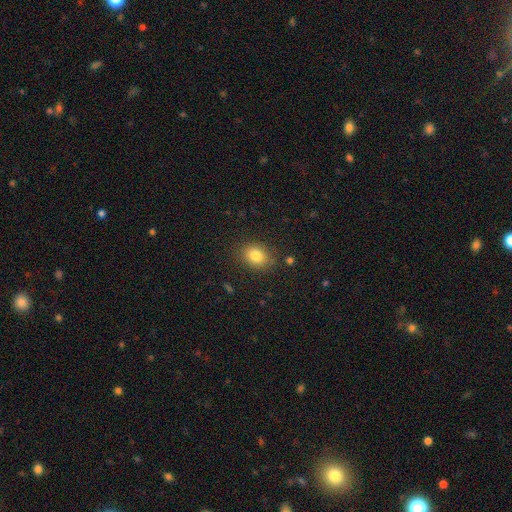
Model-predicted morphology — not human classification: Smooth or featured: smooth — 82% (star or artifact — 10%)
How rounded: in between — 53% (round — 46%)
Merging: none — 84% (minor disturbance — 11%)